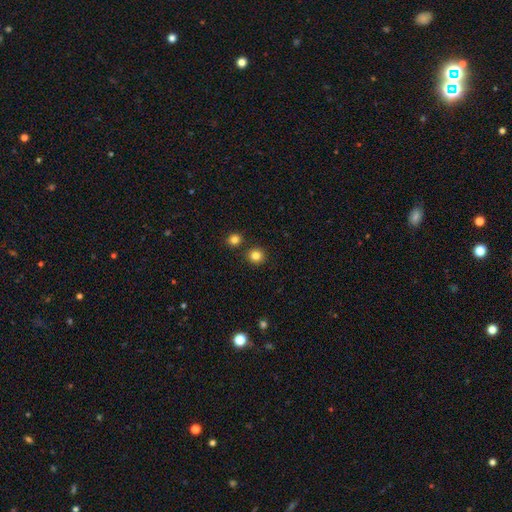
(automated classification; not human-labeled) smooth-or-featured: smooth: 82% | star or artifact: 13% | featured or disk: 5%
  how-rounded: round: 91% | in between: 8% | cigar-shaped: 1%
  merging: none: 85% | merger: 7% | minor disturbance: 6% | major disturbance: 2%